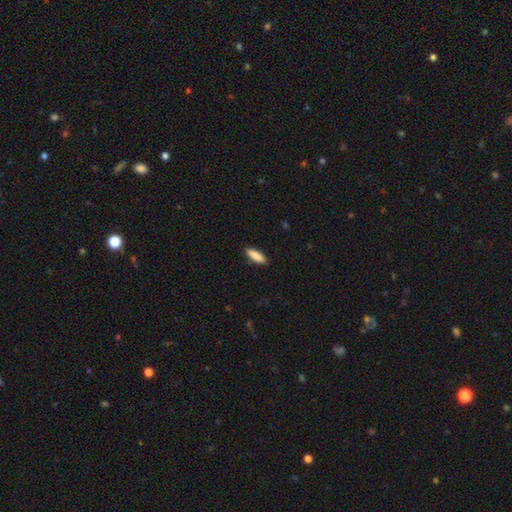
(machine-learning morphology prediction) Smooth or featured? smooth (88%)
How rounded? in between (55%)
Merging? none (89%)